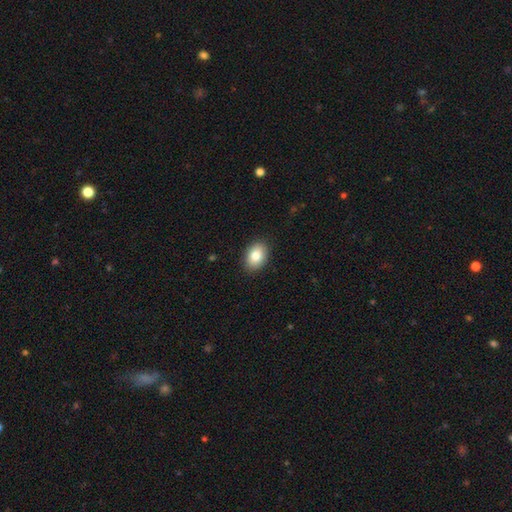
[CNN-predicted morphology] Overall: smooth (84%). How rounded: in between (81%). Merging: none (89%).